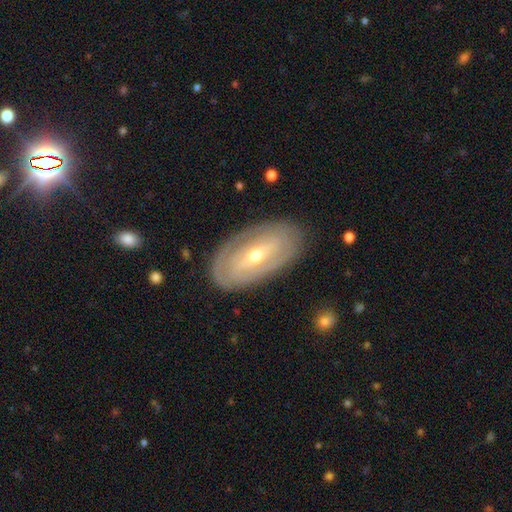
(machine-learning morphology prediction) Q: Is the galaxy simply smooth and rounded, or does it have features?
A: featured or disk — 75%.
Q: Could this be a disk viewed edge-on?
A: no — 90%.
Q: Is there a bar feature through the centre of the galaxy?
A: weak — 38%.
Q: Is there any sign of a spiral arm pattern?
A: yes — 62%.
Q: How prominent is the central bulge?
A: moderate — 51%.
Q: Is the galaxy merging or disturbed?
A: none — 83%.